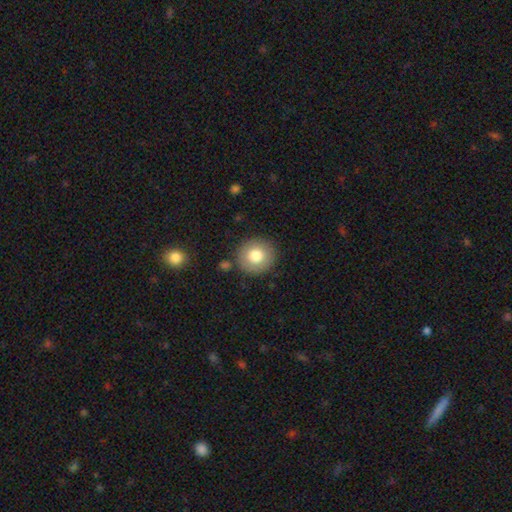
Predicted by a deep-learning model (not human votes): Smooth or featured?
  - smooth: 77% *
  - featured or disk: 14%
  - star or artifact: 9%
How rounded?
  - round: 91% *
  - in between: 8%
  - cigar-shaped: 1%
Merging?
  - none: 87% *
  - minor disturbance: 8%
  - major disturbance: 3%
  - merger: 3%